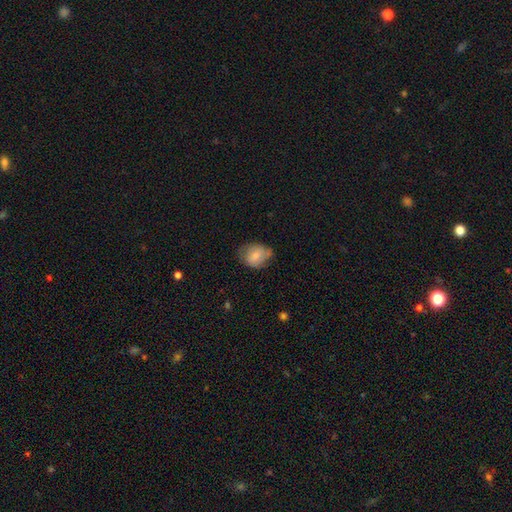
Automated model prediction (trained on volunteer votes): Smooth or featured: smooth — 73% (featured or disk — 20%)
How rounded: in between — 56% (round — 43%)
Merging: none — 52% (minor disturbance — 34%)